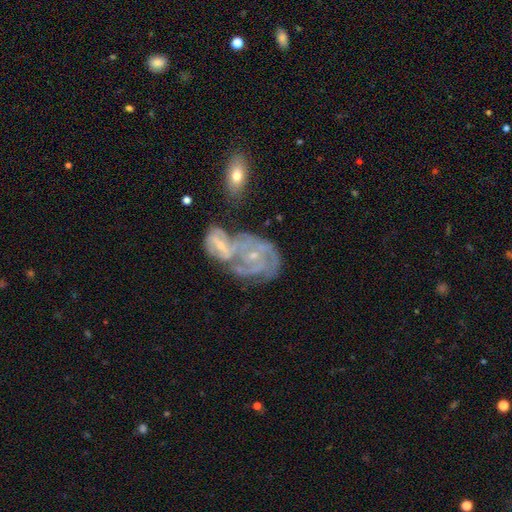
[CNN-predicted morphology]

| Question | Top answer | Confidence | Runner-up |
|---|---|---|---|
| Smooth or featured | featured or disk | 84% | smooth (10%) |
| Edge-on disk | no | 97% | yes (3%) |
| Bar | no | 61% | weak (31%) |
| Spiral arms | yes | 93% | no (7%) |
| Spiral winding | tight | 58% | medium (34%) |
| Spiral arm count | can't tell | 31% | 3 (30%) |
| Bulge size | small | 72% | moderate (22%) |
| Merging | merger | 55% | none (23%) |